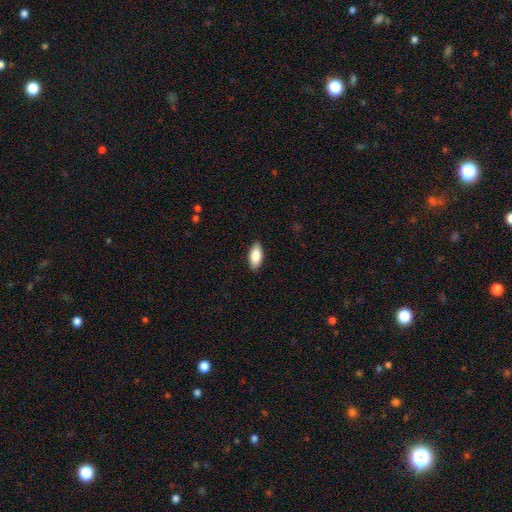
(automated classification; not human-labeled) This is clearly a smooth galaxy (85%). How rounded: clearly in between (90%). Merging: clearly none (88%).